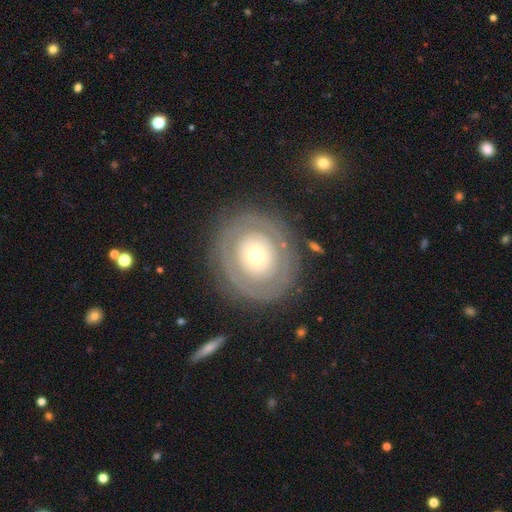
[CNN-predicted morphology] smooth-or-featured: featured or disk: 59% | smooth: 36% | star or artifact: 6%
  disk-edge-on: no: 94% | yes: 6%
    bar: no: 92% | weak: 5% | strong: 2%
    has-spiral-arms: no: 80% | yes: 20%
    bulge-size: moderate: 47% | small: 42% | large: 8% | dominant: 2% | none: 1%
  merging: none: 81% | minor disturbance: 11% | major disturbance: 6% | merger: 2%